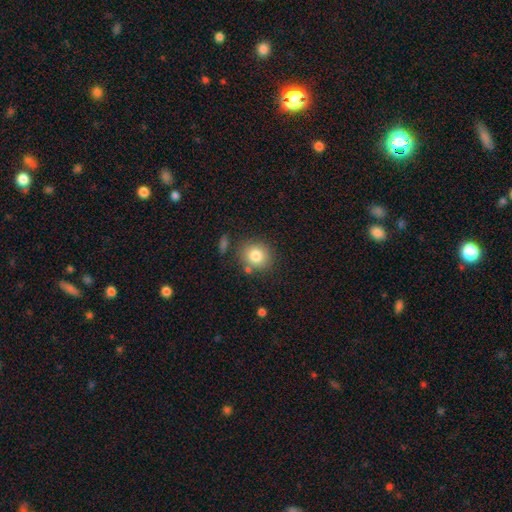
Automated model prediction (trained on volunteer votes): A smooth galaxy with no disk features (81%) that is round (80%).

Vote fractions:
- Smooth or featured? smooth: 81% / star or artifact: 10% / featured or disk: 9%
- How rounded? round: 80% / in between: 19% / cigar-shaped: 1%
- Merging? none: 78% / minor disturbance: 11% / merger: 7% / major disturbance: 3%